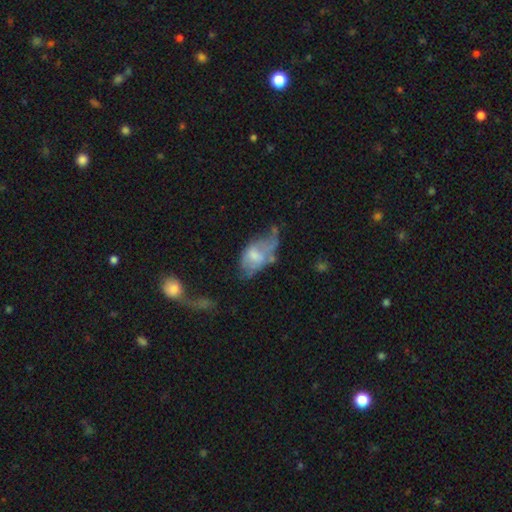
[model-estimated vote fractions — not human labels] This appears to be a smooth galaxy with no disk features (47%). Merging: major disturbance (37%).